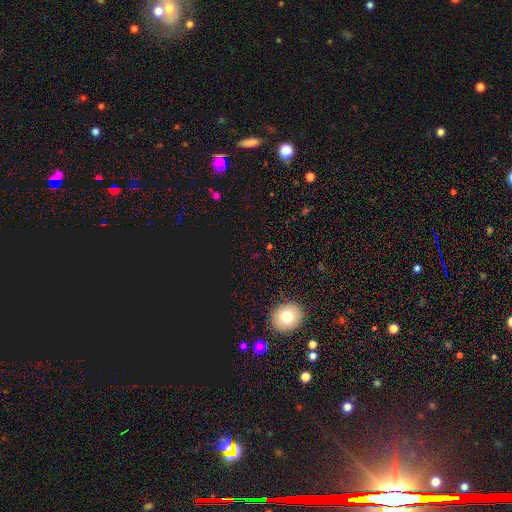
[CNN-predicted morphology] The model was most divided on "smooth or featured": star or artifact: 54%, smooth: 37%, featured or disk: 9%.